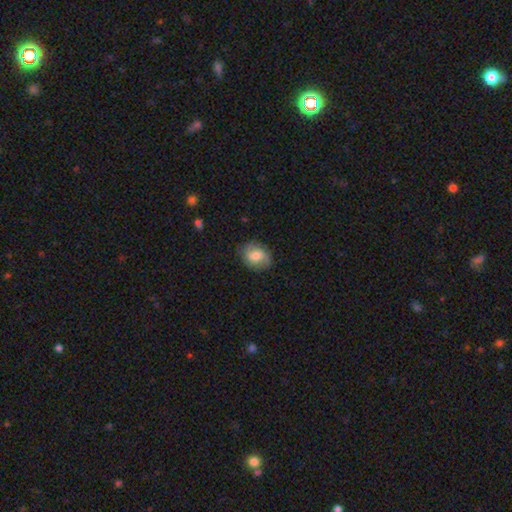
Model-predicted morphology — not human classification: Overall: smooth (64%; featured or disk 28%). How rounded: in between (56%; round 43%). Merging: none (77%).